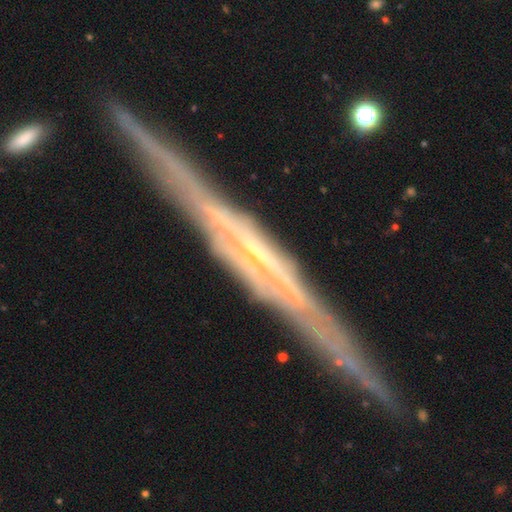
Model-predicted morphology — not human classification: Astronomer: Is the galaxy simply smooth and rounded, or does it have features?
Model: featured or disk — 86%.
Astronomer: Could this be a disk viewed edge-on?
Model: yes — 97%.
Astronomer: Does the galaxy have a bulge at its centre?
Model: rounded — 40% (runner-up: boxy, 31%).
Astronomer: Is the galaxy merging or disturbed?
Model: none — 89%.